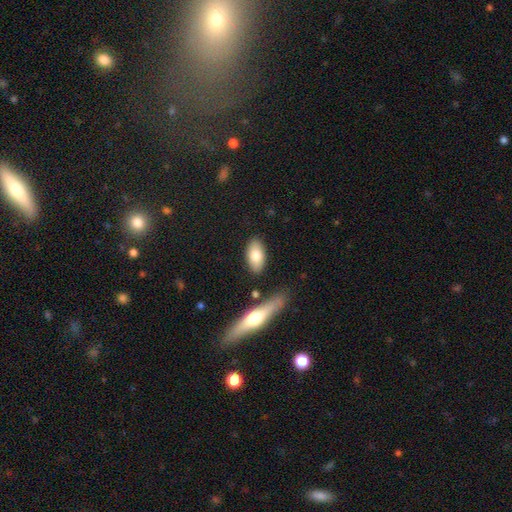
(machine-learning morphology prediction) This appears to be a smooth galaxy with no disk features (76%) that is in between round and cigar-shaped (90%). Merging: none (83%).